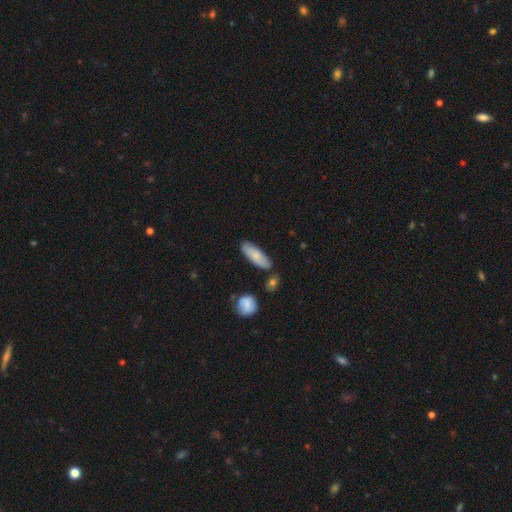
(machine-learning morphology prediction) Smooth or featured: smooth — 78% (featured or disk — 16%)
How rounded: in between — 62% (cigar-shaped — 35%)
Merging: none — 80% (minor disturbance — 13%)